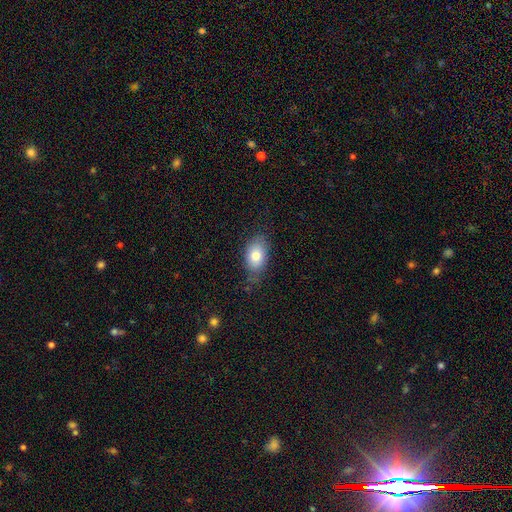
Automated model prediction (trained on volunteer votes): Morphology: type=smooth (78%); roundness=in between (88%); merging=none (71%).